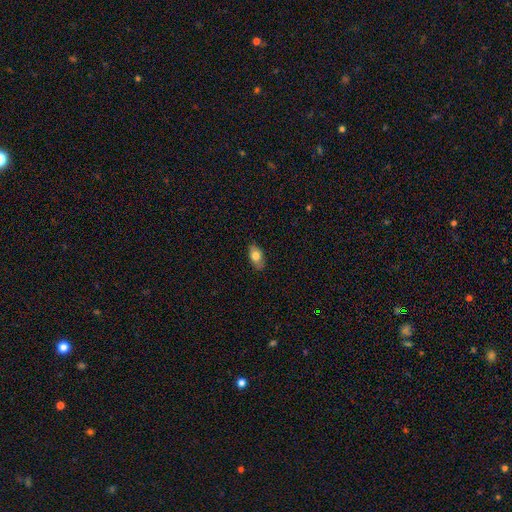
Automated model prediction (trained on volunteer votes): Smooth or featured?
  - smooth: 76% *
  - featured or disk: 18%
  - star or artifact: 7%
How rounded?
  - in between: 90% *
  - round: 7%
  - cigar-shaped: 3%
Merging?
  - none: 84% *
  - minor disturbance: 12%
  - major disturbance: 2%
  - merger: 1%